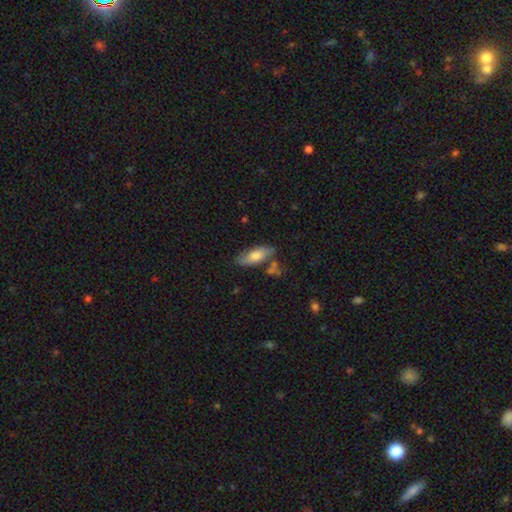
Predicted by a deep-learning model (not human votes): smooth-or-featured: smooth: 64% | featured or disk: 30% | star or artifact: 6%
  how-rounded: in between: 72% | cigar-shaped: 25% | round: 3%
  merging: none: 67% | minor disturbance: 19% | merger: 8% | major disturbance: 5%